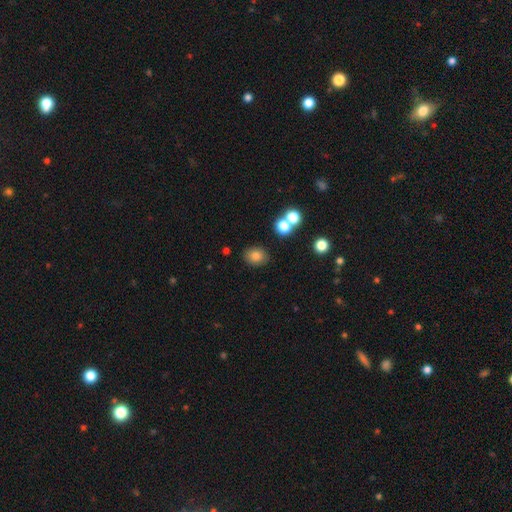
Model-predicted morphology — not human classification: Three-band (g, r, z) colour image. It shows a smooth galaxy with no disk features (80%) that is in between round and cigar-shaped (51%). Merging: none (82%).